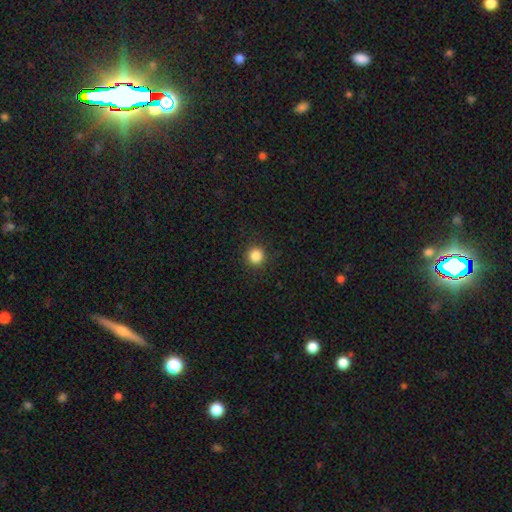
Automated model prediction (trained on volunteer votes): Smooth or featured? smooth (85%)
How rounded? round (93%)
Merging? none (92%)